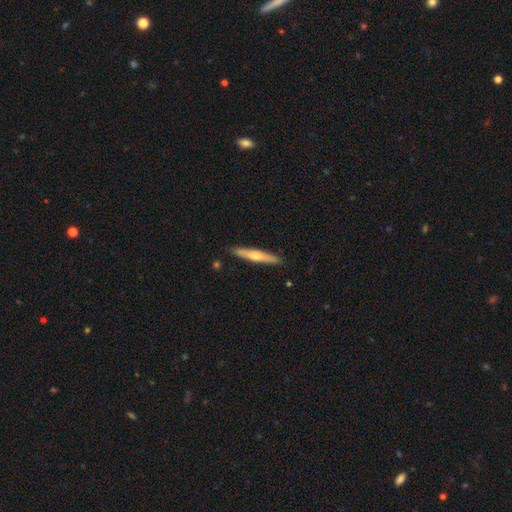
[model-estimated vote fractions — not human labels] This appears to be a featured or disk galaxy (48%). Merging: none (90%).